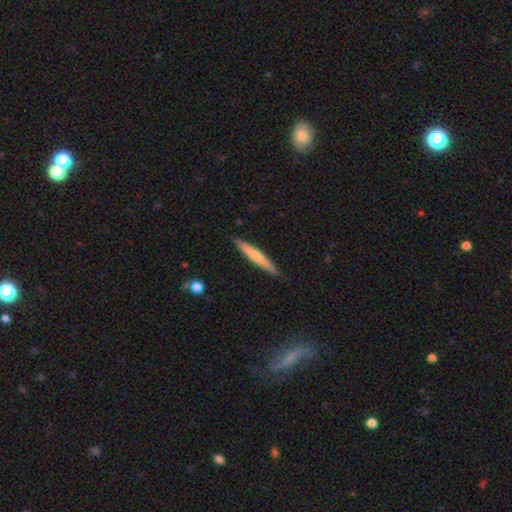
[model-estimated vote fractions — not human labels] Smooth or featured? Predicted: smooth (p=0.59). How rounded? Predicted: cigar-shaped (p=0.94). Merging? Predicted: none (p=0.89).